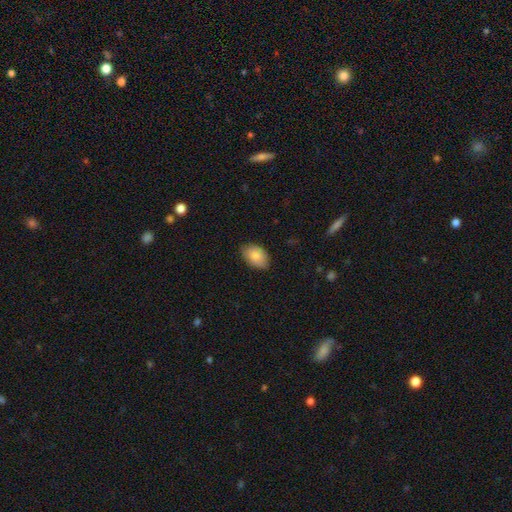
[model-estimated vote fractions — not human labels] A smooth galaxy with no disk features (85%) that is in between round and cigar-shaped (89%).

Vote fractions:
- Smooth or featured? smooth: 85% / featured or disk: 9% / star or artifact: 6%
- How rounded? in between: 89% / round: 10% / cigar-shaped: 1%
- Merging? none: 79% / minor disturbance: 17% / major disturbance: 3% / merger: 1%